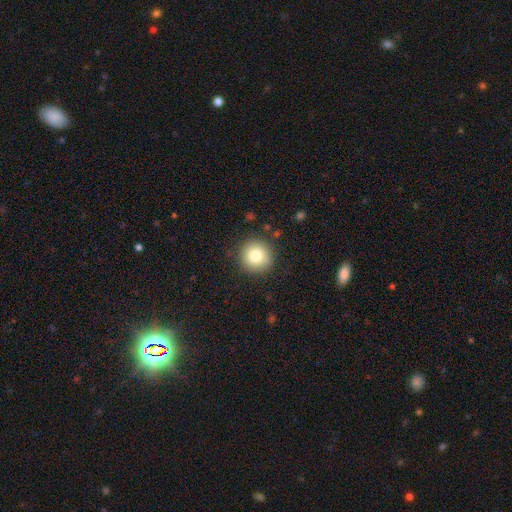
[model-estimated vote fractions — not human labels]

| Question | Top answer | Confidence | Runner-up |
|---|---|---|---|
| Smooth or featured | smooth | 81% | star or artifact (10%) |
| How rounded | round | 94% | in between (5%) |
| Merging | none | 88% | minor disturbance (8%) |